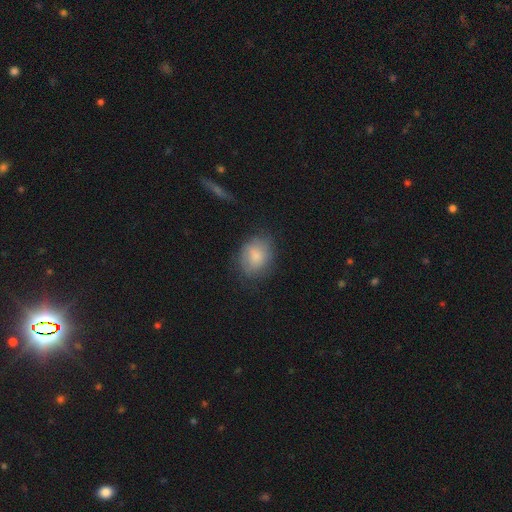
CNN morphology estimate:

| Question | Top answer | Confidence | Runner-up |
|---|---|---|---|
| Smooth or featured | smooth | 78% | featured or disk (14%) |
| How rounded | in between | 56% | round (43%) |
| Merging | none | 69% | minor disturbance (22%) |